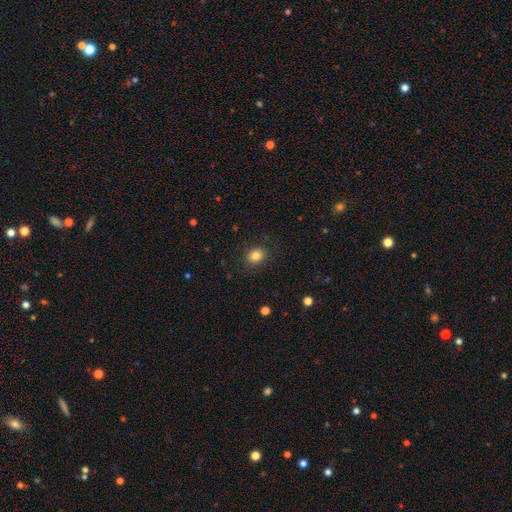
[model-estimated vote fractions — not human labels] The model was most divided on "how rounded": round: 62%, in between: 38%, cigar-shaped: 1%. More confident: merging — none (86%); smooth or featured — smooth (84%).